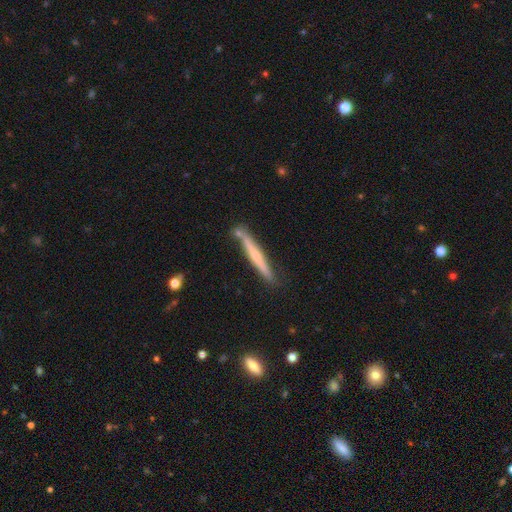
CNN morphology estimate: Overall: featured or disk (50%; smooth 44%). Merging: none (78%).